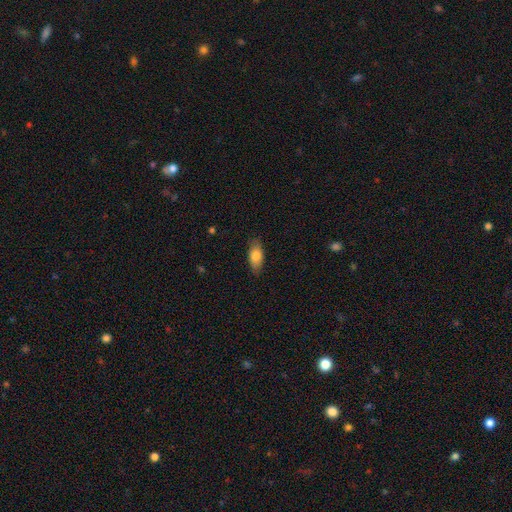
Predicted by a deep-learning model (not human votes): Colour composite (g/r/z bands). It shows a smooth galaxy with no disk features (78%) that is in between round and cigar-shaped (83%). Merging: none (82%).